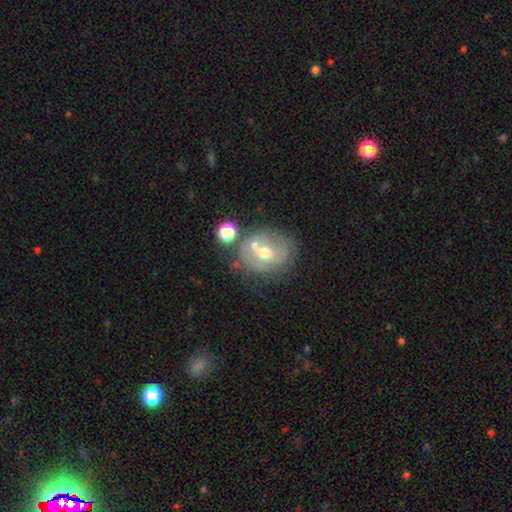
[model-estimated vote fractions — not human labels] A featured or disk galaxy (52%).

Vote fractions:
- Smooth or featured? featured or disk: 52% / smooth: 36% / star or artifact: 12%
- Edge-on disk? no: 95% / yes: 5%
- Merging? none: 50% / merger: 23% / minor disturbance: 18% / major disturbance: 9%